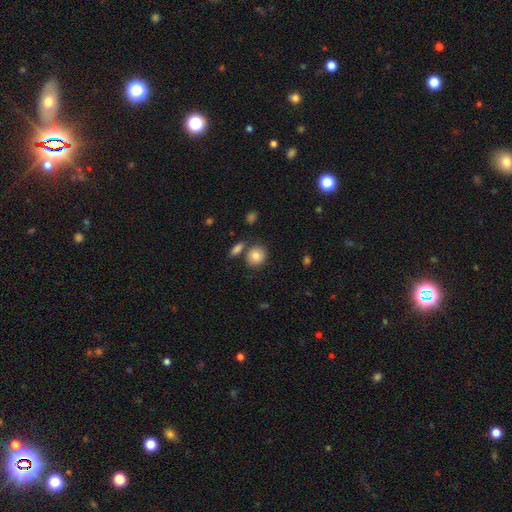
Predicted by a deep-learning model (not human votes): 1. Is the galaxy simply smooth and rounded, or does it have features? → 84% smooth, 8% star or artifact, 8% featured or disk.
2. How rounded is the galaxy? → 71% round, 28% in between, 1% cigar-shaped.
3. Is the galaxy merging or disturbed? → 70% none, 15% merger, 12% minor disturbance, 3% major disturbance.